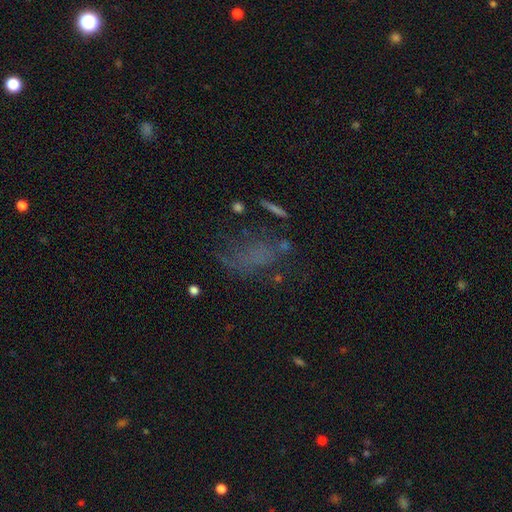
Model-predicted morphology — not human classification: This appears to be a smooth galaxy with no disk features (42%). Merging: none (44%).